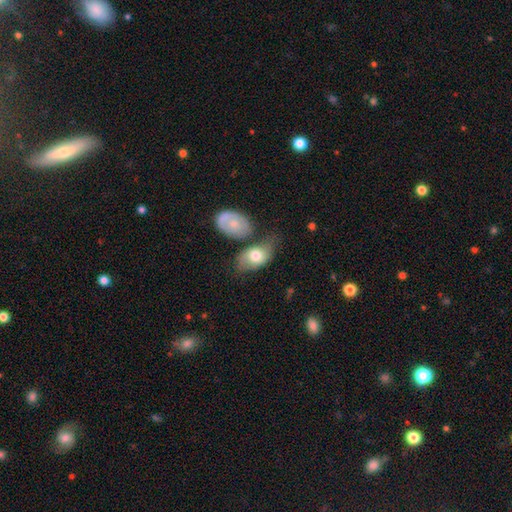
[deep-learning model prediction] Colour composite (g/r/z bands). It shows a smooth galaxy with no disk features (68%) that is in between round and cigar-shaped (86%). Merging: none (40%).